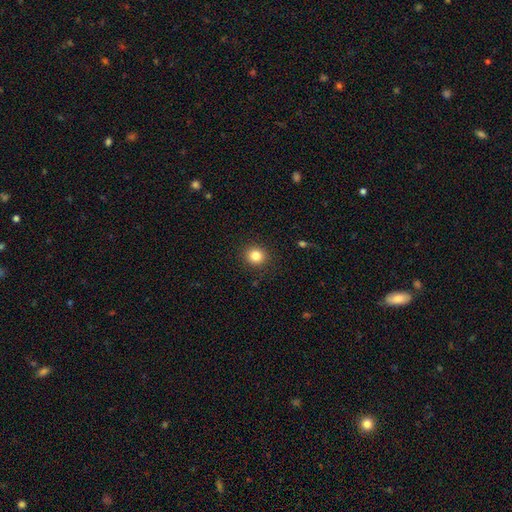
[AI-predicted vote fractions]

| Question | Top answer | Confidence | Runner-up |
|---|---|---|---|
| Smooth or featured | smooth | 84% | star or artifact (11%) |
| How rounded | round | 88% | in between (11%) |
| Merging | none | 91% | minor disturbance (6%) |